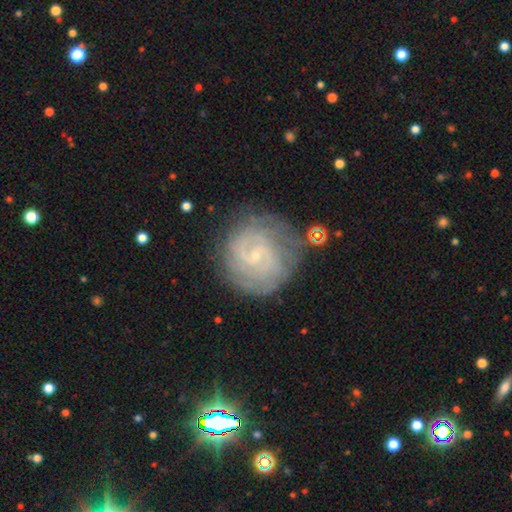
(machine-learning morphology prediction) Smooth or featured? Predicted: featured or disk (p=0.81). Edge-on disk? Predicted: no (p=0.98). Bar? Predicted: no (p=0.56). Spiral arms? Predicted: yes (p=0.94). Spiral winding? Predicted: tight (p=0.74). Spiral arm count? Predicted: can't tell (p=0.34). Bulge size? Predicted: small (p=0.86). Merging? Predicted: none (p=0.74).